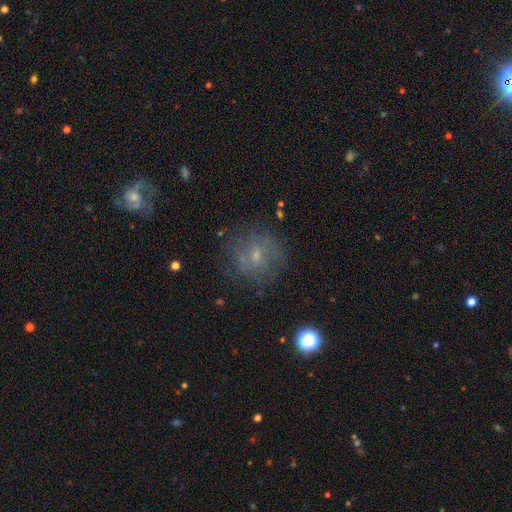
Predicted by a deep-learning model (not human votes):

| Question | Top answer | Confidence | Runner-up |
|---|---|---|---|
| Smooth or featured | featured or disk | 43% | smooth (40%) |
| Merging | none | 72% | minor disturbance (16%) |